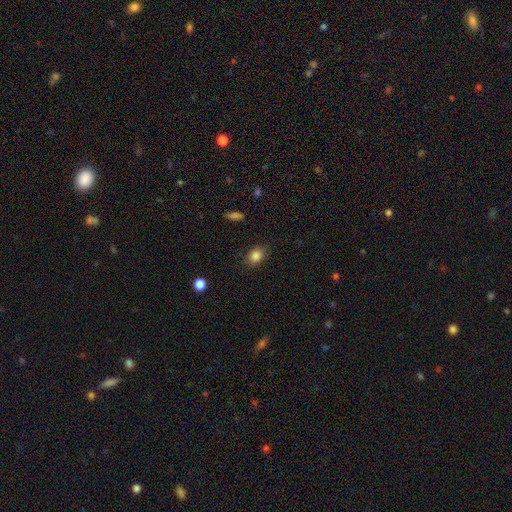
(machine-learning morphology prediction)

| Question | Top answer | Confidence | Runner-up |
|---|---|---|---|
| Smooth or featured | smooth | 85% | star or artifact (10%) |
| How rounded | in between | 58% | round (41%) |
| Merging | none | 82% | minor disturbance (13%) |